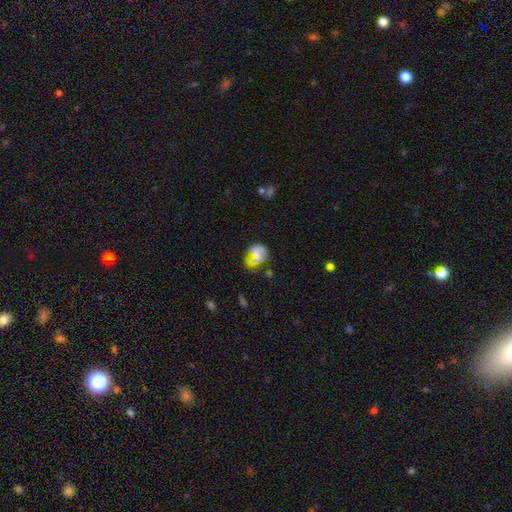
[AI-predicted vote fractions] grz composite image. It shows a smooth galaxy with no disk features (48%). Merging: none (44%).